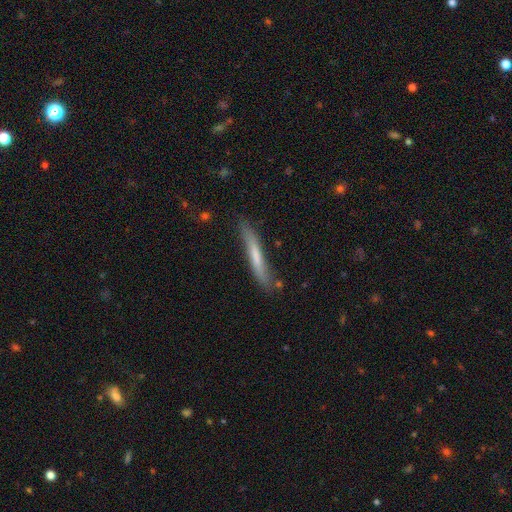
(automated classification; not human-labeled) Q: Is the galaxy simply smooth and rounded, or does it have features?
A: smooth — 59%.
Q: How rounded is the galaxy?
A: cigar-shaped — 95%.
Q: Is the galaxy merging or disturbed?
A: none — 76%.